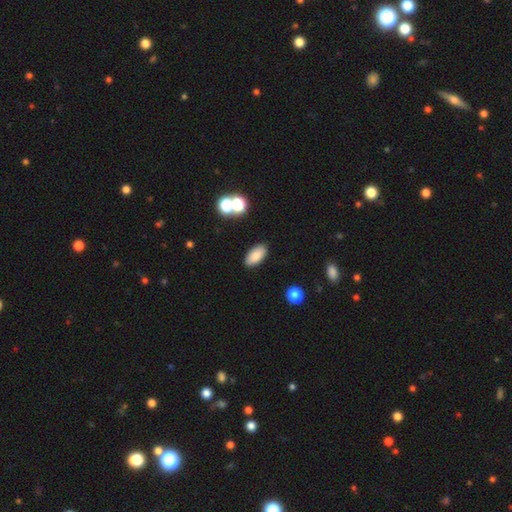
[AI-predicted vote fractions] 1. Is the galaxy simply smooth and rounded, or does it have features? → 83% smooth, 9% star or artifact, 8% featured or disk.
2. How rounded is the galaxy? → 92% in between, 5% cigar-shaped, 3% round.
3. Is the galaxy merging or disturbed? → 88% none, 8% minor disturbance, 2% major disturbance, 2% merger.